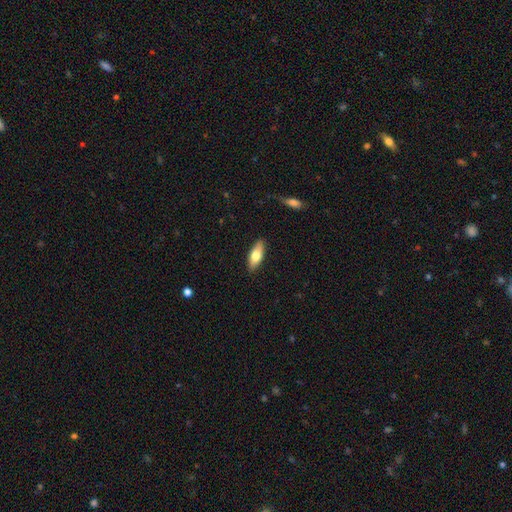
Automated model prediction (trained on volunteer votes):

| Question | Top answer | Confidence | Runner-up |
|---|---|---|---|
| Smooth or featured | smooth | 67% | featured or disk (27%) |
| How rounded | in between | 68% | cigar-shaped (29%) |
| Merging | none | 88% | minor disturbance (9%) |